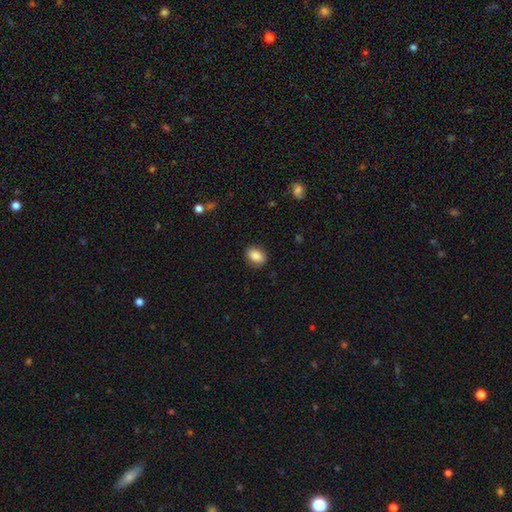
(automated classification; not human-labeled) smooth-or-featured: smooth: 84% | featured or disk: 8% | star or artifact: 8%
  how-rounded: in between: 71% | round: 28% | cigar-shaped: 1%
  merging: none: 86% | minor disturbance: 10% | major disturbance: 3% | merger: 1%